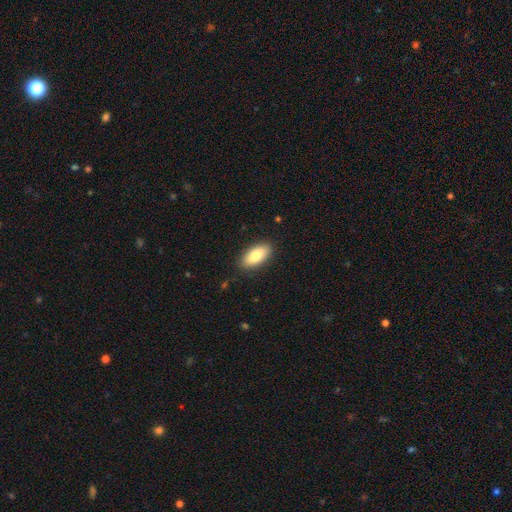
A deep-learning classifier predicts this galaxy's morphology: The model was most divided on "smooth or featured": smooth: 80%, featured or disk: 13%, star or artifact: 6%. More confident: how rounded — in between (89%); merging — none (87%).